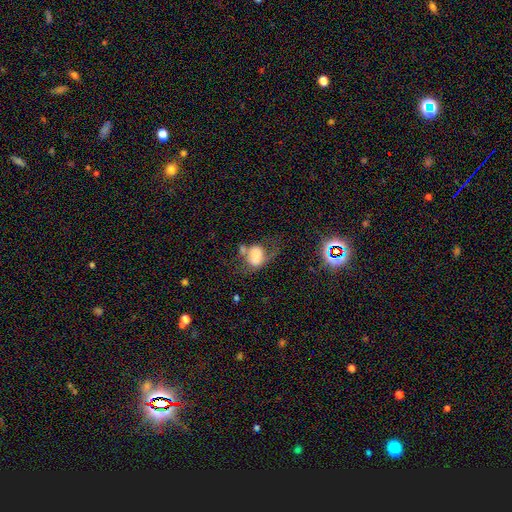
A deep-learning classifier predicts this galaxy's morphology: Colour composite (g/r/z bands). It shows a smooth galaxy with no disk features (59%) that is in between round and cigar-shaped (70%). Merging: major disturbance (31%).